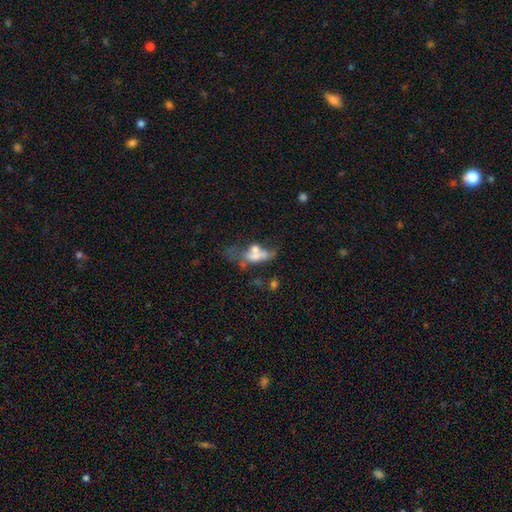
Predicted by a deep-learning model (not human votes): Smooth or featured?
  - featured or disk: 44% *
  - smooth: 40%
  - star or artifact: 16%
Merging?
  - merger: 39% *
  - major disturbance: 27%
  - none: 21%
  - minor disturbance: 13%